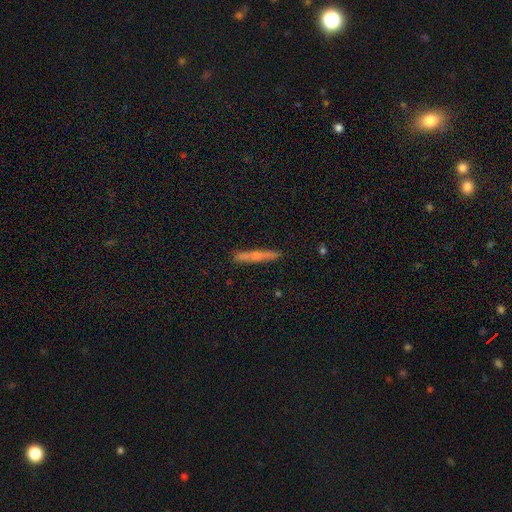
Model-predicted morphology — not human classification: Smooth or featured: smooth — 53% (featured or disk — 40%)
How rounded: cigar-shaped — 94% (in between — 4%)
Merging: none — 84% (minor disturbance — 11%)